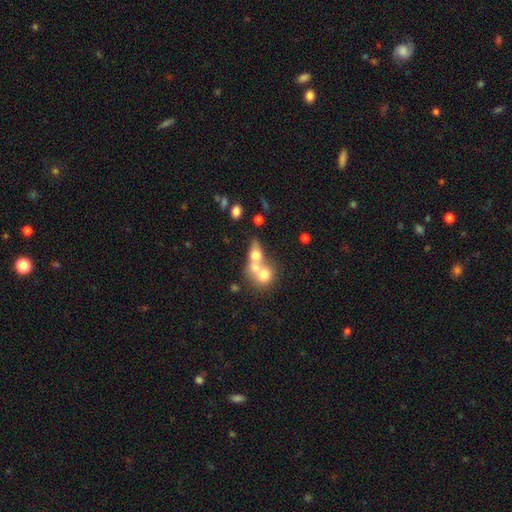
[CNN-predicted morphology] Overall: smooth (63%; featured or disk 26%). How rounded: round (53%; in between 43%). Merging: merger (67%).